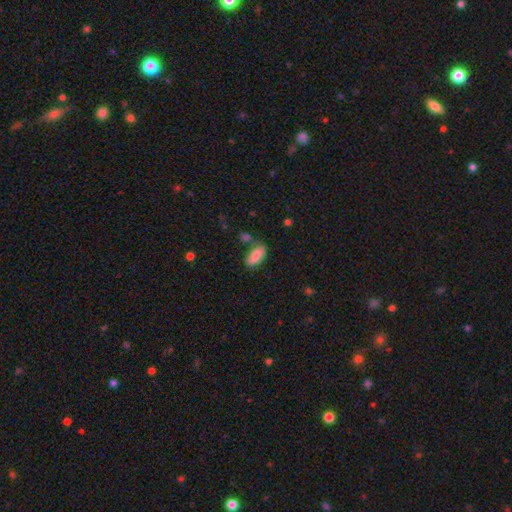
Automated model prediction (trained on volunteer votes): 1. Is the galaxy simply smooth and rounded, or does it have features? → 83% smooth, 10% featured or disk, 7% star or artifact.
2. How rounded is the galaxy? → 88% in between, 9% cigar-shaped, 3% round.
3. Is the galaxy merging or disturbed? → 69% none, 19% minor disturbance, 8% merger, 4% major disturbance.